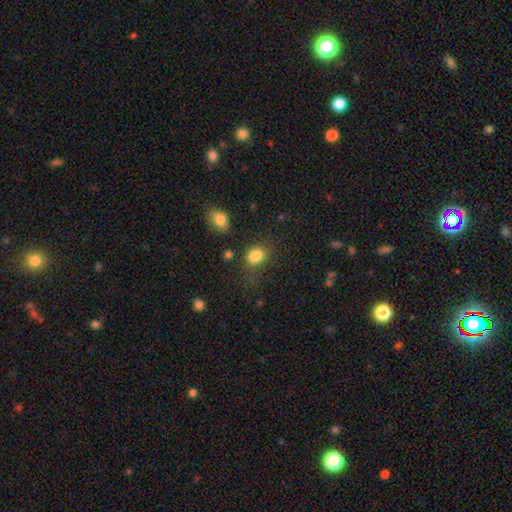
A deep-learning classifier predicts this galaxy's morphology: Q: Smooth or featured?
A: smooth (81%); runner-up: star or artifact (12%)
Q: How rounded?
A: in between (69%); runner-up: round (29%)
Q: Merging?
A: none (51%); runner-up: minor disturbance (25%)